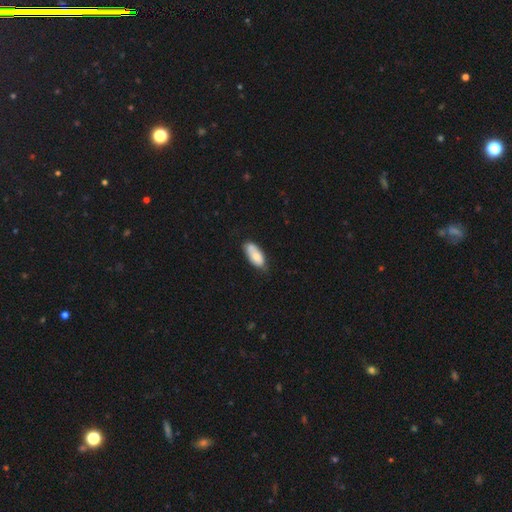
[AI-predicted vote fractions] smooth_or_featured: smooth (p=0.71) [alt: featured or disk p=0.23]
how_rounded: in between (p=0.85) [alt: cigar-shaped p=0.13]
merging: none (p=0.60) [alt: minor disturbance p=0.28]